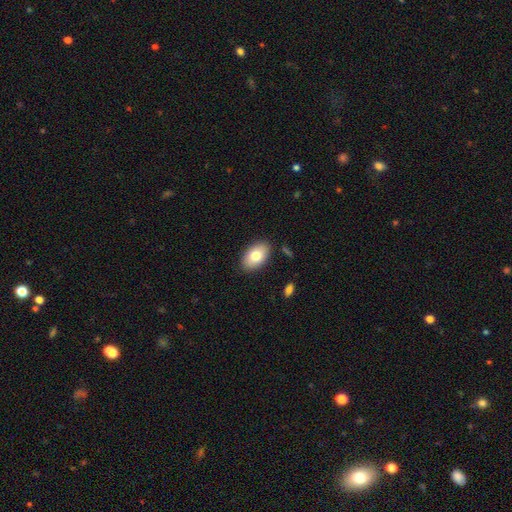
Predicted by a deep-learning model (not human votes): Overall: smooth (78%). How rounded: in between (91%). Merging: none (87%).